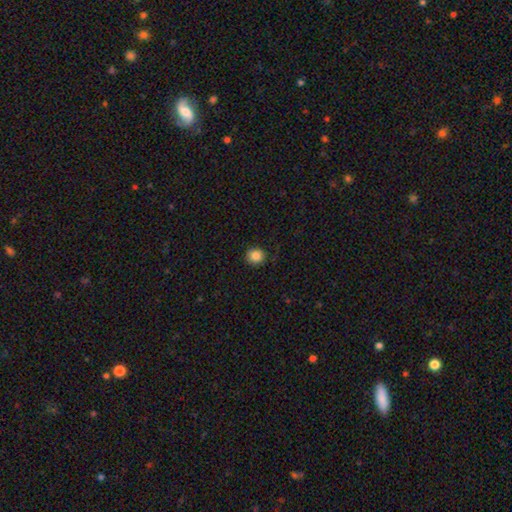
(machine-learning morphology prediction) Smooth or featured? smooth (86%)
How rounded? round (87%)
Merging? none (88%)